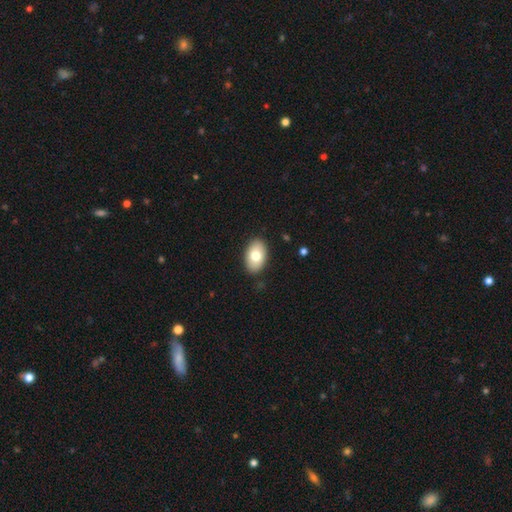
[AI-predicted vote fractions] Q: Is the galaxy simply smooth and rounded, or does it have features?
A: smooth — 77%.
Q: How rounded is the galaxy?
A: in between — 92%.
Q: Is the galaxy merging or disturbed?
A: none — 88%.